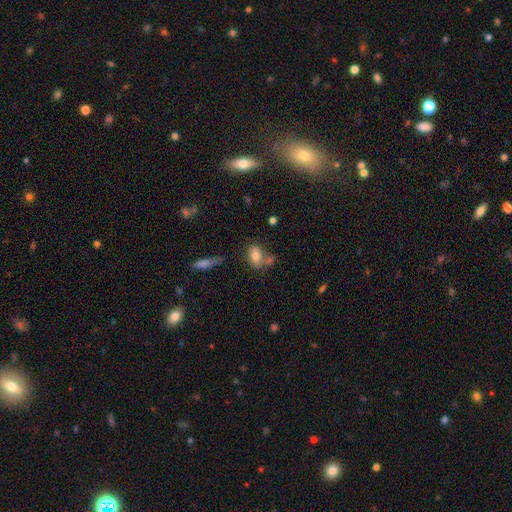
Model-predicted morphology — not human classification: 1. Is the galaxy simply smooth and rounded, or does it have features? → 73% smooth, 18% featured or disk, 10% star or artifact.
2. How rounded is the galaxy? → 78% in between, 19% round, 4% cigar-shaped.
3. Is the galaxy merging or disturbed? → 51% none, 23% merger, 18% minor disturbance, 8% major disturbance.